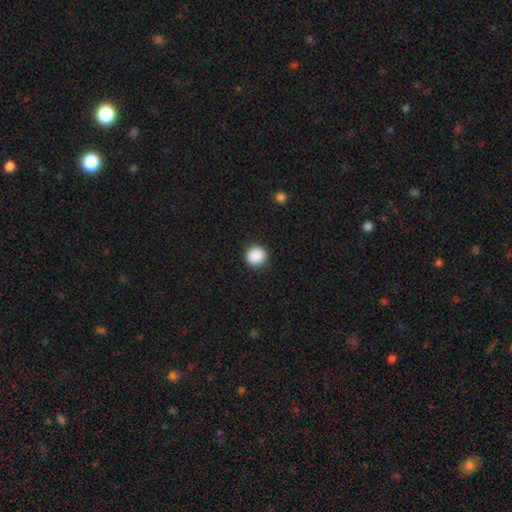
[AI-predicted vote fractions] A smooth galaxy with no disk features (89%) that is round (92%). Merging: none (92%).